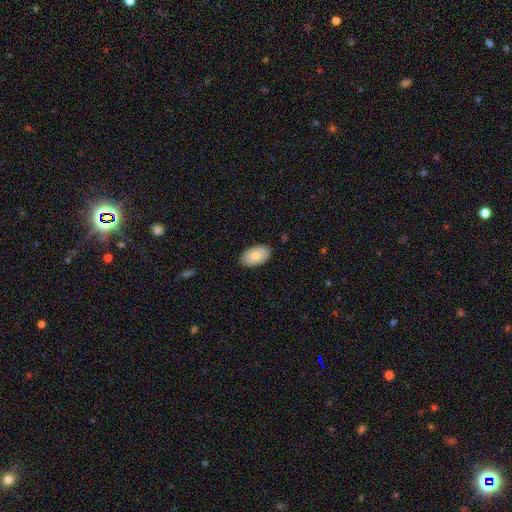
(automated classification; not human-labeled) Smooth or featured: smooth — 78% (featured or disk — 16%)
How rounded: in between — 93% (round — 5%)
Merging: none — 87% (minor disturbance — 11%)